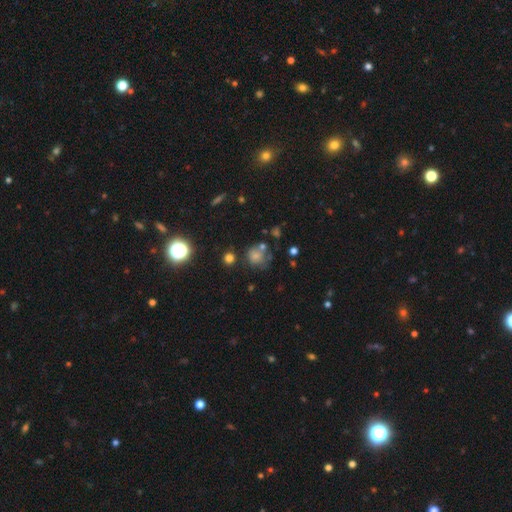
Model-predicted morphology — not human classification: A smooth galaxy with no disk features (53%) that is round (83%).

Vote fractions:
- Smooth or featured? smooth: 53% / star or artifact: 31% / featured or disk: 16%
- How rounded? round: 83% / in between: 16% / cigar-shaped: 1%
- Merging? none: 59% / minor disturbance: 18% / merger: 13% / major disturbance: 11%